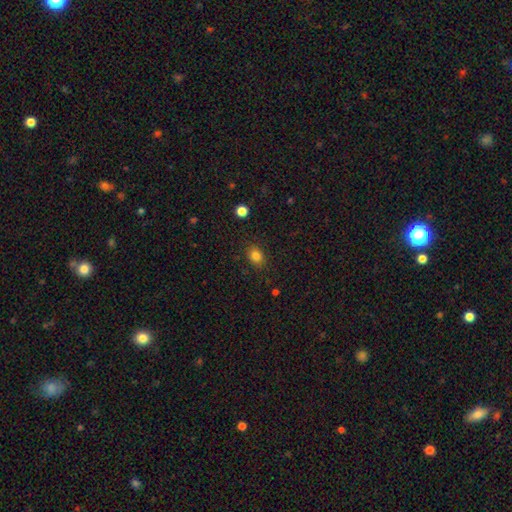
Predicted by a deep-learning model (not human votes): smooth-or-featured: smooth: 83% | star or artifact: 12% | featured or disk: 5%
  how-rounded: in between: 56% | round: 43% | cigar-shaped: 1%
  merging: none: 85% | minor disturbance: 10% | major disturbance: 3% | merger: 1%